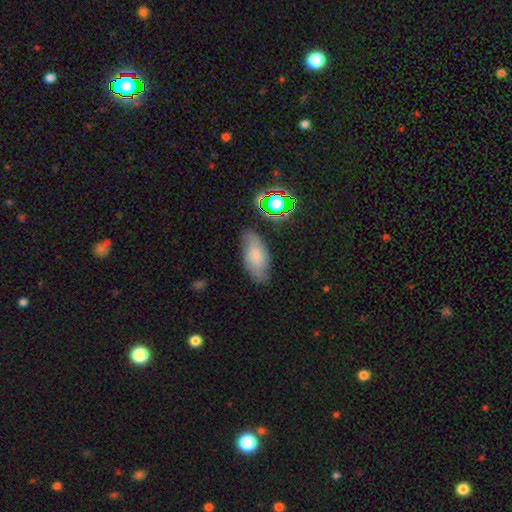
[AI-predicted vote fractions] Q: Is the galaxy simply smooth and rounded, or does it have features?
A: smooth — 62%.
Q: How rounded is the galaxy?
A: in between — 88%.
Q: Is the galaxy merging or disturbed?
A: none — 70%.